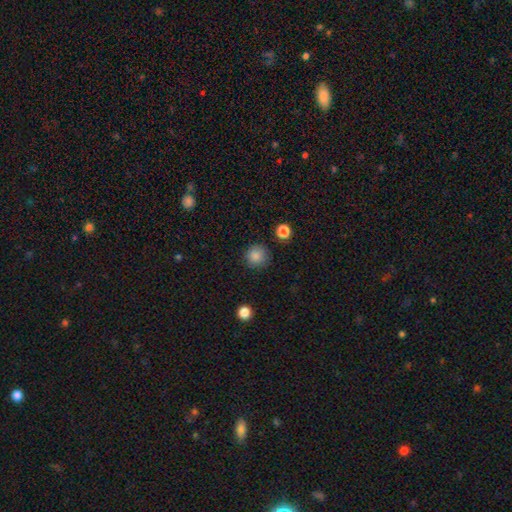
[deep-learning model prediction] A smooth galaxy with no disk features (86%) that is round (94%).

Vote fractions:
- Smooth or featured? smooth: 86% / star or artifact: 10% / featured or disk: 4%
- How rounded? round: 94% / in between: 5% / cigar-shaped: 1%
- Merging? none: 88% / minor disturbance: 8% / major disturbance: 3% / merger: 2%